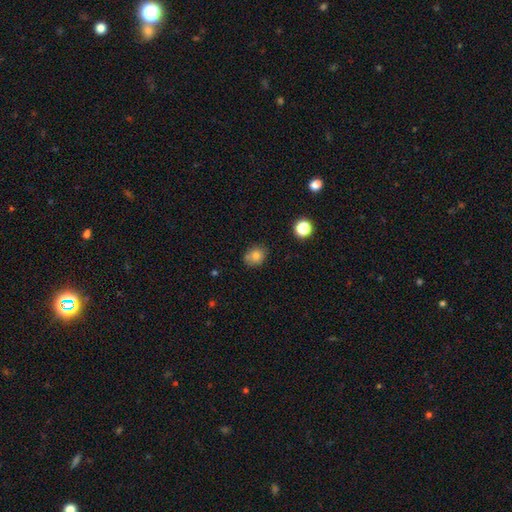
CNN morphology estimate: Q: Smooth or featured?
A: smooth (77%); runner-up: star or artifact (12%)
Q: How rounded?
A: round (58%); runner-up: in between (41%)
Q: Merging?
A: none (69%); runner-up: minor disturbance (18%)